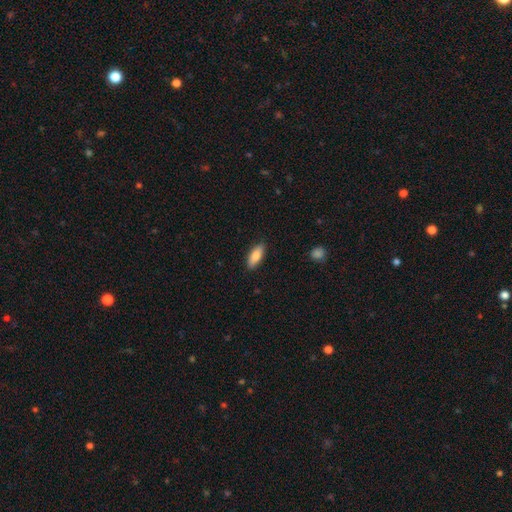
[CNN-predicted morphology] Smooth or featured? smooth (82%)
How rounded? in between (76%)
Merging? none (87%)